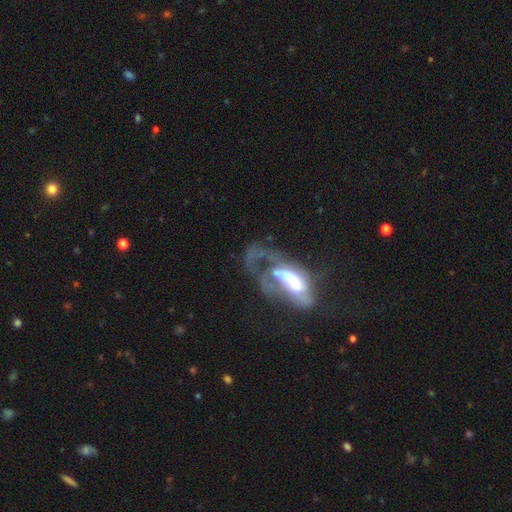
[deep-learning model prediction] Smooth or featured? featured or disk (65%)
Edge-on disk? no (92%)
Bar? no (50%)
Spiral arms? yes (55%)
Bulge size? moderate (36%)
Merging? major disturbance (60%)